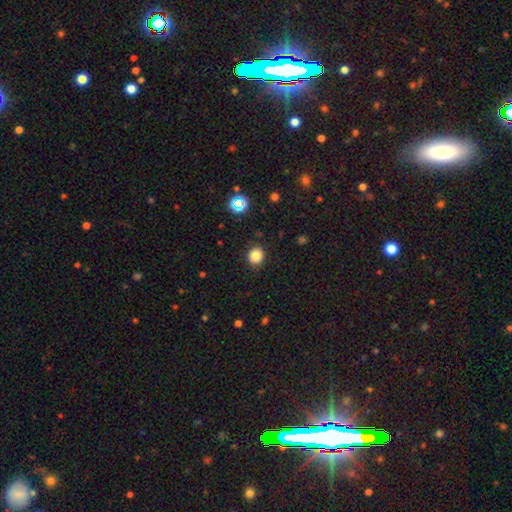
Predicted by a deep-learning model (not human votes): Smooth or featured? Predicted: smooth (p=0.82). How rounded? Predicted: round (p=0.81). Merging? Predicted: none (p=0.89).